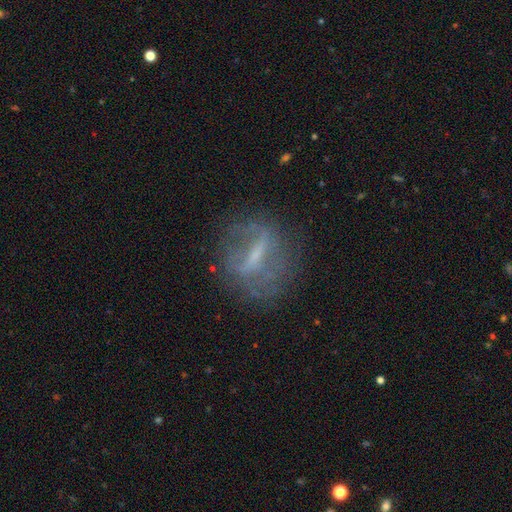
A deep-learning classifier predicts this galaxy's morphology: Q: Smooth or featured?
A: featured or disk (67%); runner-up: smooth (21%)
Q: Edge-on disk?
A: no (84%); runner-up: yes (16%)
Q: Bar?
A: strong (56%); runner-up: weak (31%)
Q: Spiral arms?
A: no (59%); runner-up: yes (41%)
Q: Bulge size?
A: small (50%); runner-up: none (24%)
Q: Merging?
A: none (67%); runner-up: minor disturbance (17%)